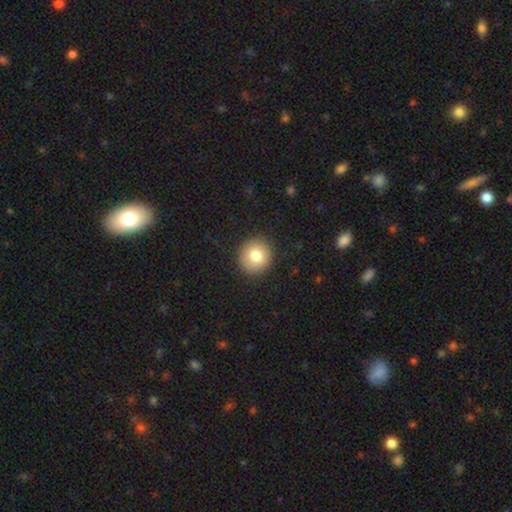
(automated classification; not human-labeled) A smooth galaxy with no disk features (81%) that is round (91%). Merging: none (91%).